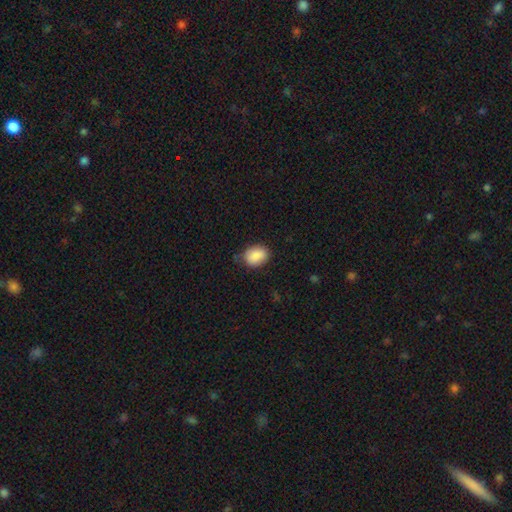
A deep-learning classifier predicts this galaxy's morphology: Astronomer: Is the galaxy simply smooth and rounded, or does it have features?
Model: smooth — 87%.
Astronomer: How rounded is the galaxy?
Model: in between — 66%.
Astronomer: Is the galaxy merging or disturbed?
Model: none — 72%.